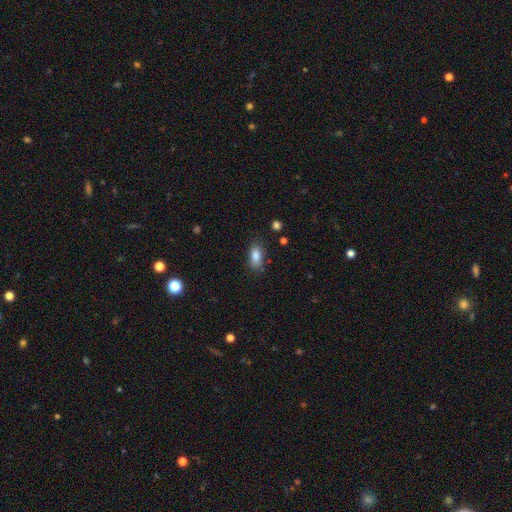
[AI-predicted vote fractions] Smooth or featured: smooth — 85% (star or artifact — 8%)
How rounded: in between — 89% (round — 6%)
Merging: none — 77% (minor disturbance — 17%)